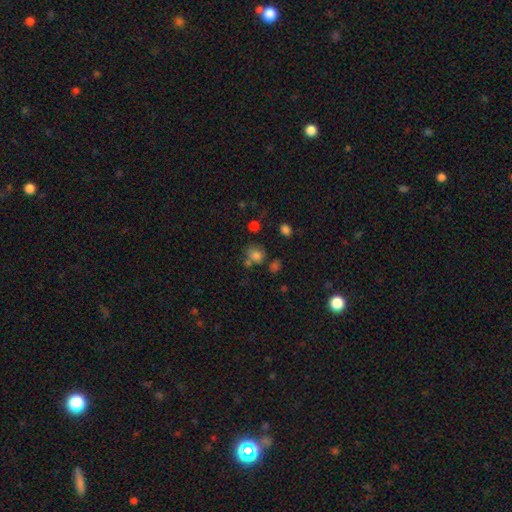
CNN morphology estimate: This is likely a smooth galaxy (75%). How rounded: likely round (73%). Merging: possibly none (57%).